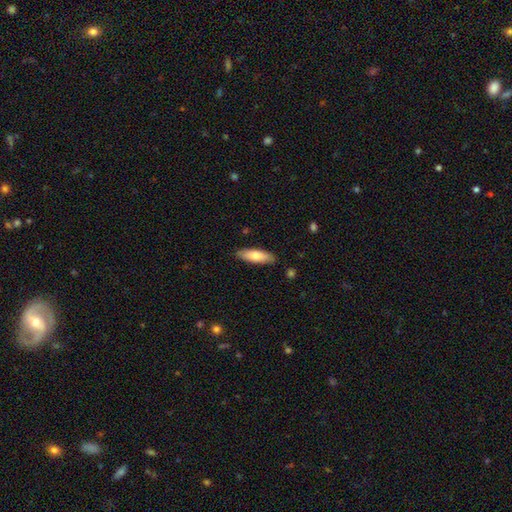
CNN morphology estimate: Smooth or featured? smooth (76%)
How rounded? in between (51%)
Merging? none (87%)